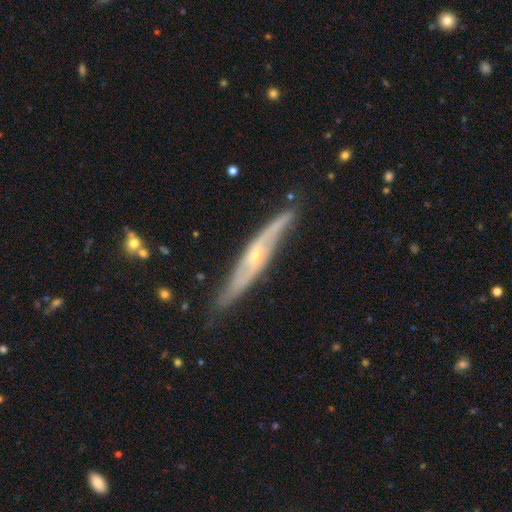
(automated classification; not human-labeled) This is likely a featured or disk galaxy (78%). It is likely viewed edge-on (63%). Merging: likely none (77%).